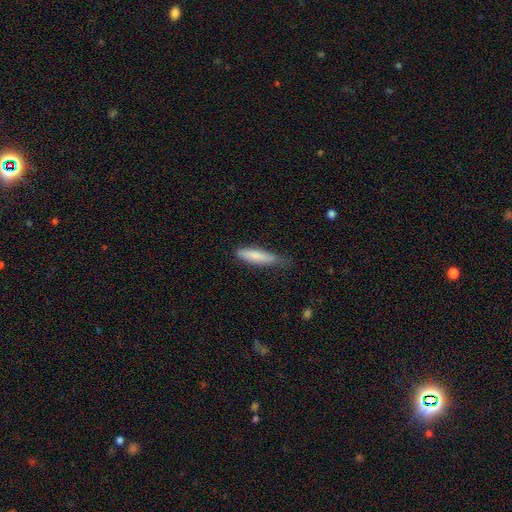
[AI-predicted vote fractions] Smooth or featured? Predicted: smooth (p=0.79). How rounded? Predicted: cigar-shaped (p=0.80). Merging? Predicted: none (p=0.60).